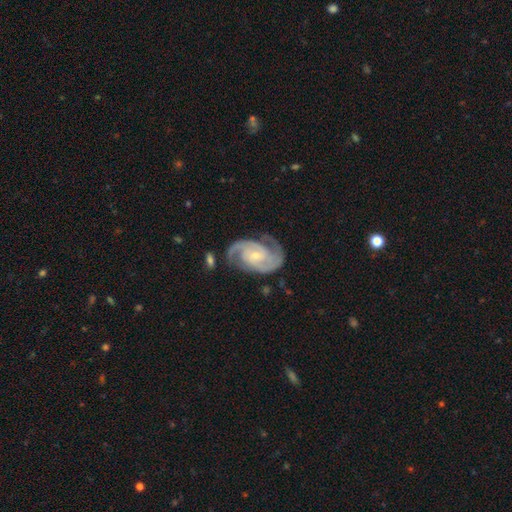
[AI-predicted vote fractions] Smooth or featured?
  - featured or disk: 91% *
  - star or artifact: 4%
  - smooth: 4%
Edge-on disk?
  - no: 98% *
  - yes: 2%
Bar?
  - no: 51% *
  - weak: 37%
  - strong: 12%
Spiral arms?
  - yes: 98% *
  - no: 2%
Spiral winding?
  - medium: 46% *
  - tight: 45%
  - loose: 9%
Spiral arm count?
  - 2: 87% *
  - 3: 5%
  - can't tell: 4%
  - 1: 2%
  - 4: 1%
  - more than 4: 1%
Bulge size?
  - small: 67% *
  - moderate: 28%
  - none: 3%
  - large: 2%
  - dominant: 1%
Merging?
  - none: 74% *
  - minor disturbance: 16%
  - major disturbance: 7%
  - merger: 3%